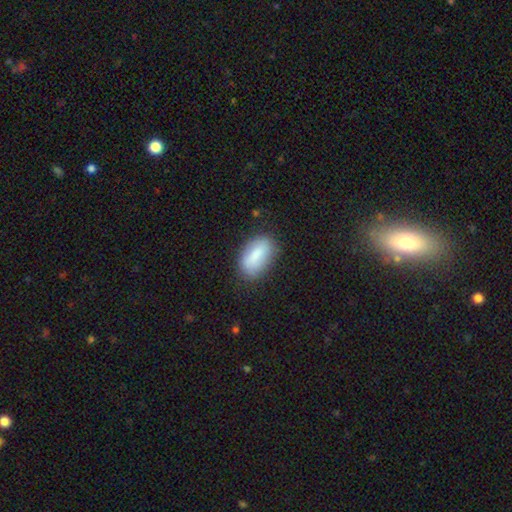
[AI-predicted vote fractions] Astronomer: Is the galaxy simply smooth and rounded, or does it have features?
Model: smooth — 81%.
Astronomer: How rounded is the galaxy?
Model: in between — 92%.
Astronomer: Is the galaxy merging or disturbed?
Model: none — 73%.